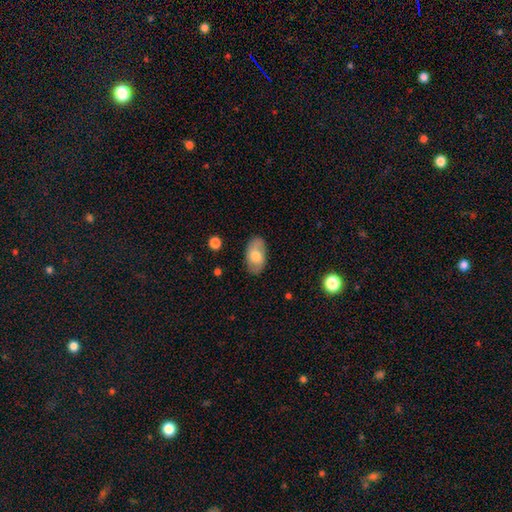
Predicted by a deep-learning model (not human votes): Smooth or featured?
  - smooth: 69% *
  - featured or disk: 25%
  - star or artifact: 6%
How rounded?
  - in between: 93% *
  - round: 5%
  - cigar-shaped: 2%
Merging?
  - none: 82% *
  - minor disturbance: 14%
  - major disturbance: 3%
  - merger: 1%